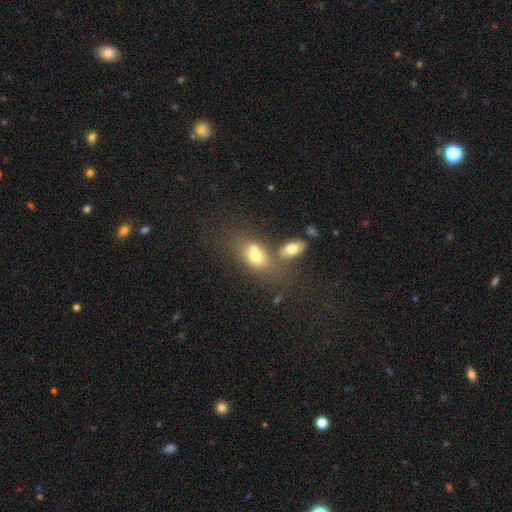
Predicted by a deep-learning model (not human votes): Smooth or featured: smooth — 67% (featured or disk — 22%)
How rounded: in between — 75% (round — 21%)
Merging: merger — 47% (none — 35%)